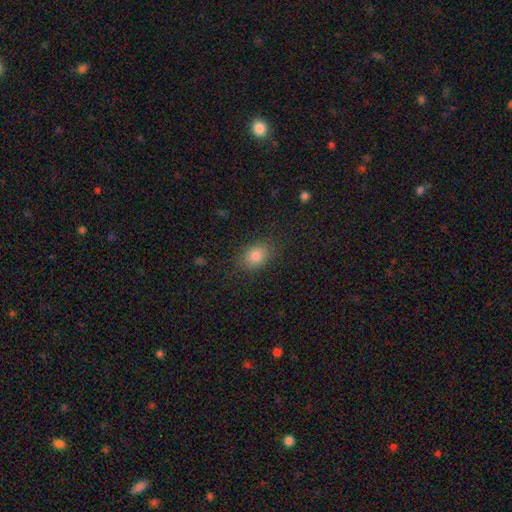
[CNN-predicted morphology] Smooth or featured? smooth (81%)
How rounded? in between (67%)
Merging? none (83%)